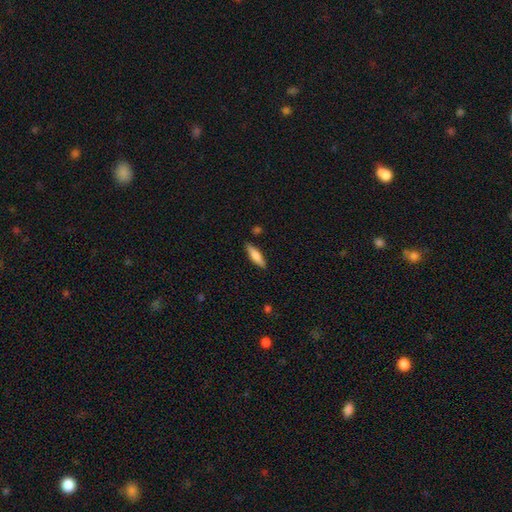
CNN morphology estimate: type=smooth (69%); roundness=cigar-shaped (69%); merging=none (86%).